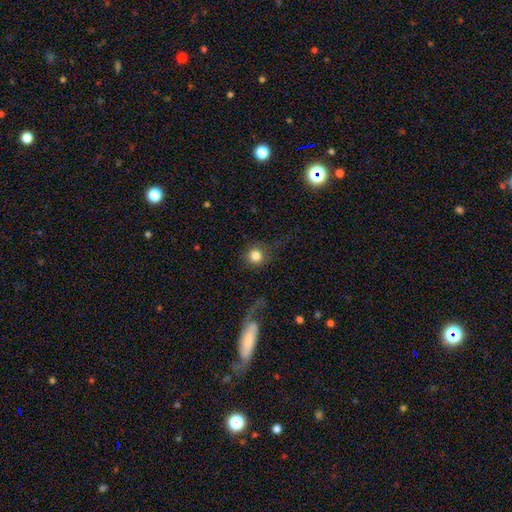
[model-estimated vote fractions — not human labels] smooth-or-featured: smooth: 77% | featured or disk: 13% | star or artifact: 10%
  how-rounded: round: 92% | in between: 6% | cigar-shaped: 1%
  merging: none: 63% | major disturbance: 19% | minor disturbance: 13% | merger: 5%